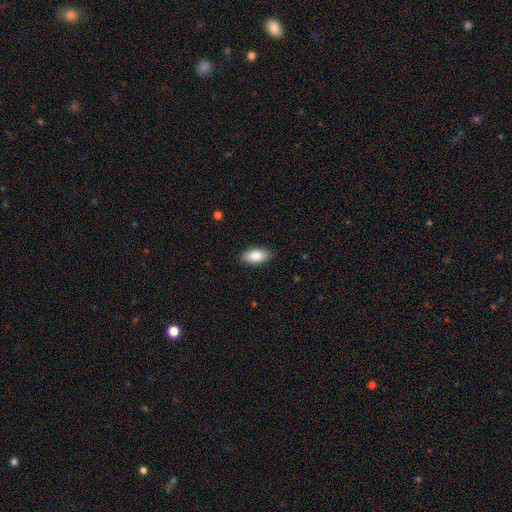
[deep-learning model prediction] This is clearly a smooth galaxy (84%). How rounded: clearly in between (92%). Merging: clearly none (88%).